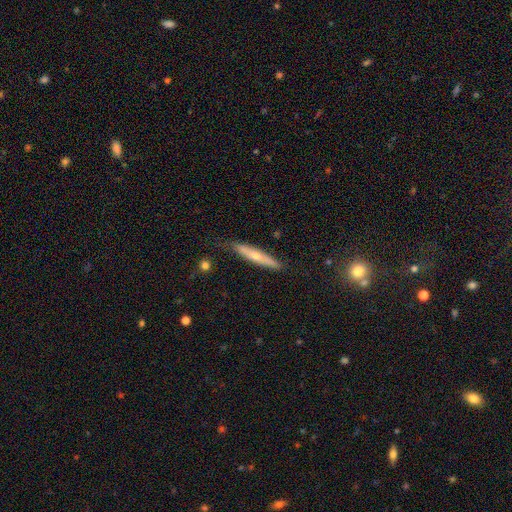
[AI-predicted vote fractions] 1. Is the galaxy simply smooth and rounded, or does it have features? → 52% featured or disk, 42% smooth, 6% star or artifact.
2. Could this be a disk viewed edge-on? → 88% yes, 12% no.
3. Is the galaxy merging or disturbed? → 80% none, 16% minor disturbance, 3% major disturbance, 1% merger.